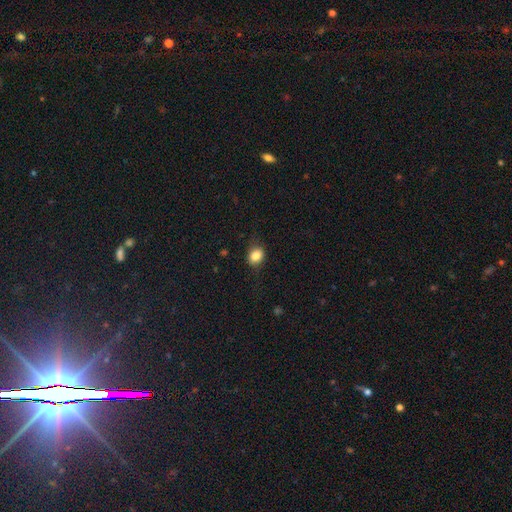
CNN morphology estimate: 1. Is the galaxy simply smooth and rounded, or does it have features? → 83% smooth, 10% star or artifact, 7% featured or disk.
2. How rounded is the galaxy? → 50% round, 49% in between, 1% cigar-shaped.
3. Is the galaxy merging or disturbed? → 74% none, 19% minor disturbance, 6% major disturbance, 1% merger.